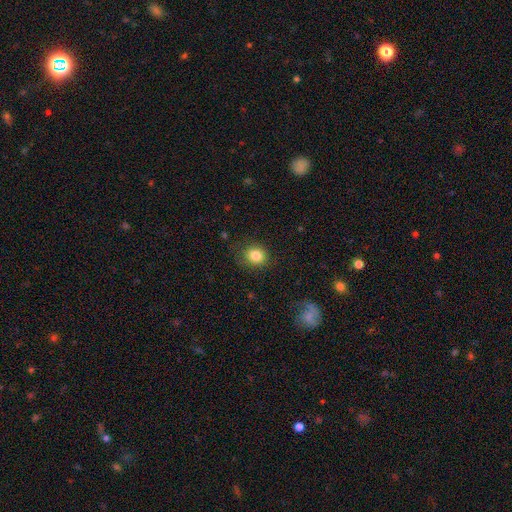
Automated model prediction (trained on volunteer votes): A smooth galaxy with no disk features (84%) that is round (72%).

Vote fractions:
- Smooth or featured? smooth: 84% / star or artifact: 10% / featured or disk: 6%
- How rounded? round: 72% / in between: 27% / cigar-shaped: 1%
- Merging? none: 81% / minor disturbance: 13% / major disturbance: 5% / merger: 1%